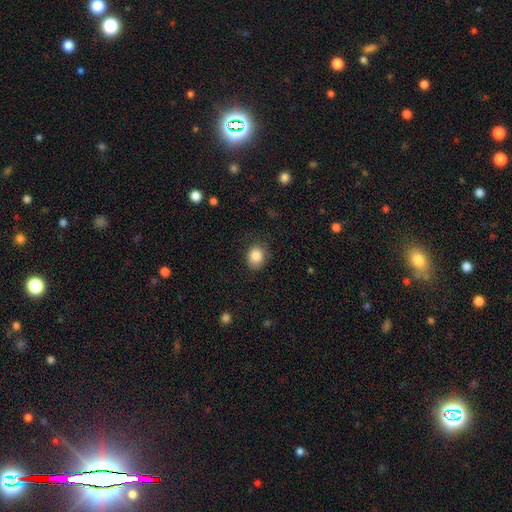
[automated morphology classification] Smooth or featured? smooth (86%)
How rounded? round (60%)
Merging? none (78%)